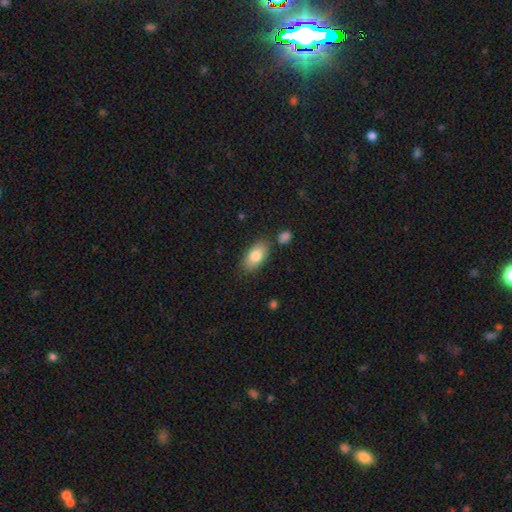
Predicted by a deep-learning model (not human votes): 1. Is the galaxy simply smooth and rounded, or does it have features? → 82% smooth, 12% featured or disk, 6% star or artifact.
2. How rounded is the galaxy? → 92% in between, 4% cigar-shaped, 4% round.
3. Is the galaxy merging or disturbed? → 78% none, 13% minor disturbance, 6% merger, 3% major disturbance.